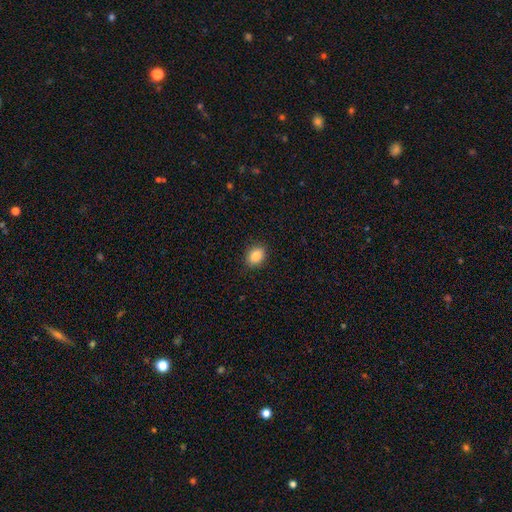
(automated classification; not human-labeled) The model was most divided on "how rounded": in between: 66%, round: 33%, cigar-shaped: 1%. More confident: merging — none (88%); smooth or featured — smooth (86%).